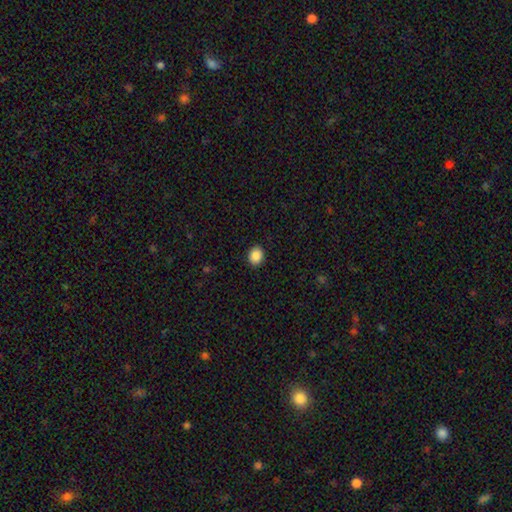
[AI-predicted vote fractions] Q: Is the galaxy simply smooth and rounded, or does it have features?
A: smooth — 88%.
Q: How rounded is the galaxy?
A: round — 53%.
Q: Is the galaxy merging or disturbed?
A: none — 91%.